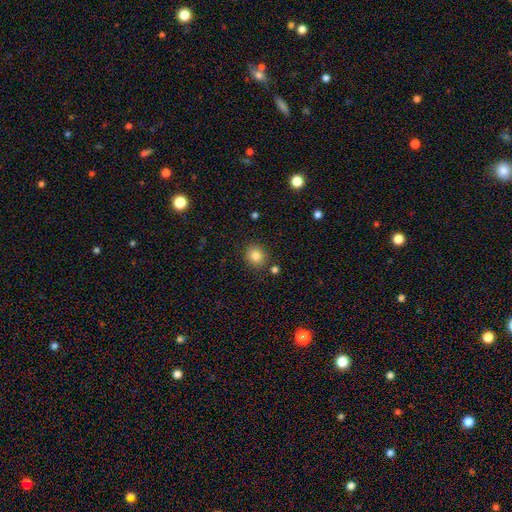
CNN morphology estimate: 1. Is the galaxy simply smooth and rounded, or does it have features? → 84% smooth, 10% star or artifact, 6% featured or disk.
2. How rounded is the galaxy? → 84% round, 15% in between, 1% cigar-shaped.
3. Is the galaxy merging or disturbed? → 85% none, 8% minor disturbance, 4% merger, 3% major disturbance.